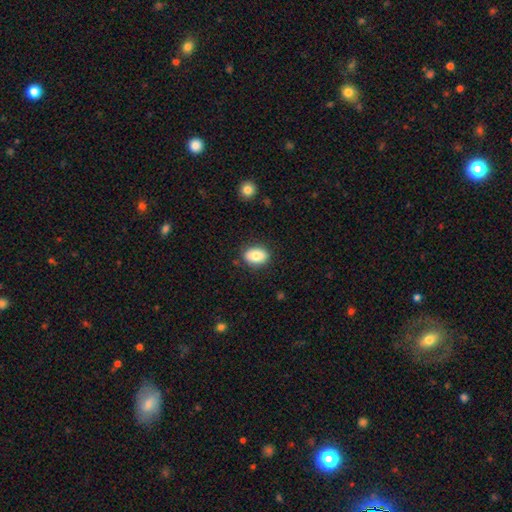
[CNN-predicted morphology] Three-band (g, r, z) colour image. It shows a smooth galaxy with no disk features (81%) that is in between round and cigar-shaped (76%). Merging: none (85%).